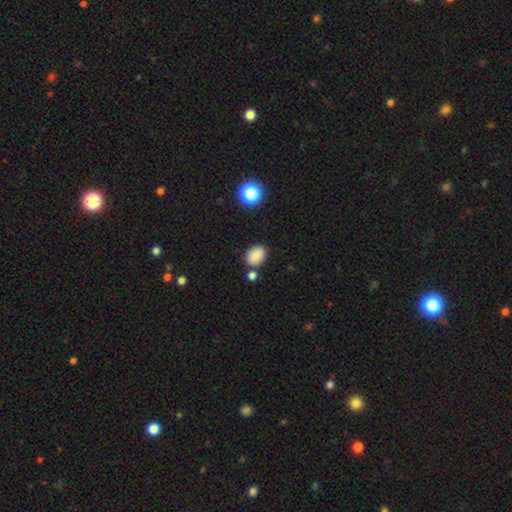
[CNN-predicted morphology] This is clearly a smooth galaxy (84%). How rounded: likely in between (63%). Merging: likely none (76%).